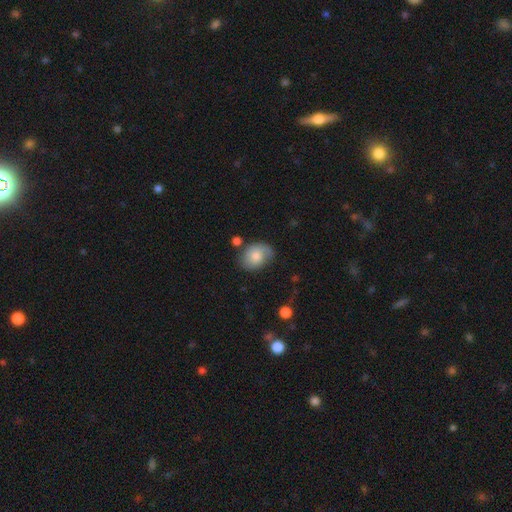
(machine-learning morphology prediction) A smooth galaxy with no disk features (61%) that is in between round and cigar-shaped (66%). Merging: none (60%).